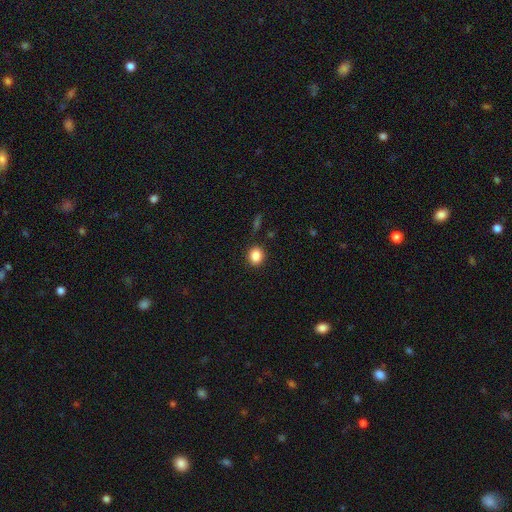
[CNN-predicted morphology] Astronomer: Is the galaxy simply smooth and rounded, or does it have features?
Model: smooth — 86%.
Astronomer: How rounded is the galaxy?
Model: round — 70%.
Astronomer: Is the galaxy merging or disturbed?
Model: none — 88%.